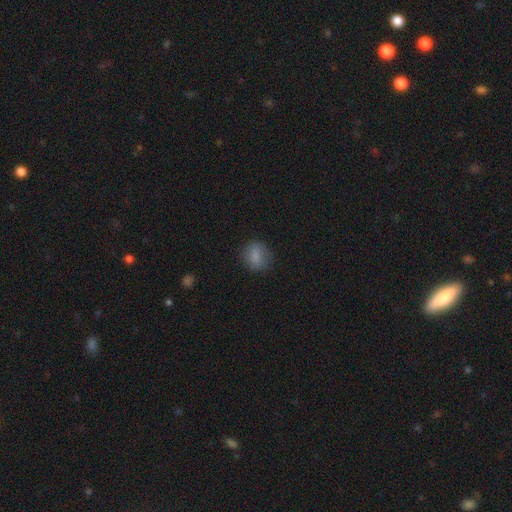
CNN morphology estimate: Smooth or featured? Predicted: smooth (p=0.83). How rounded? Predicted: round (p=0.64). Merging? Predicted: none (p=0.80).